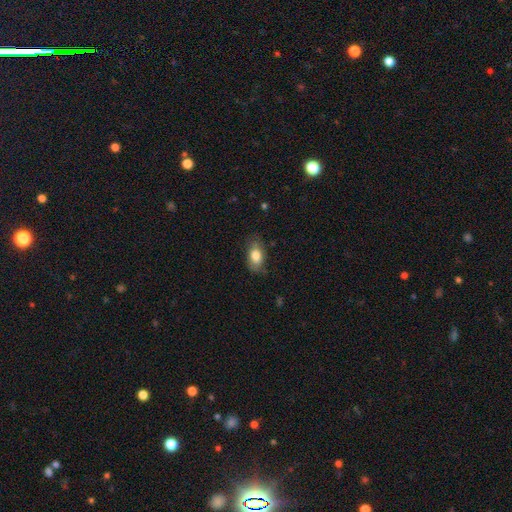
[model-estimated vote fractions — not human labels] This is likely a smooth galaxy (78%). How rounded: clearly in between (89%). Merging: likely none (72%).